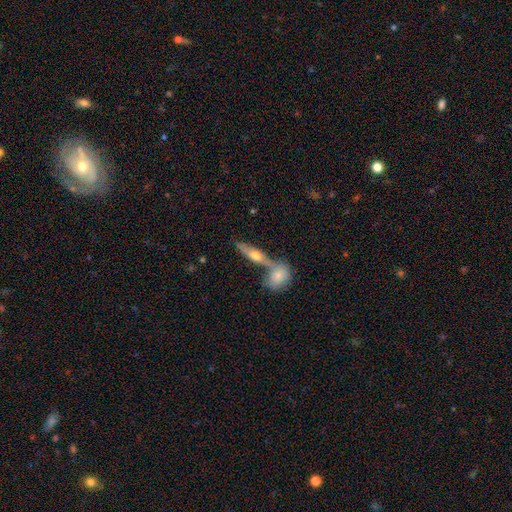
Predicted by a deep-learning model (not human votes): This is possibly a featured or disk galaxy (56%). It is clearly viewed edge-on (87%). Merging: possibly none (51%).